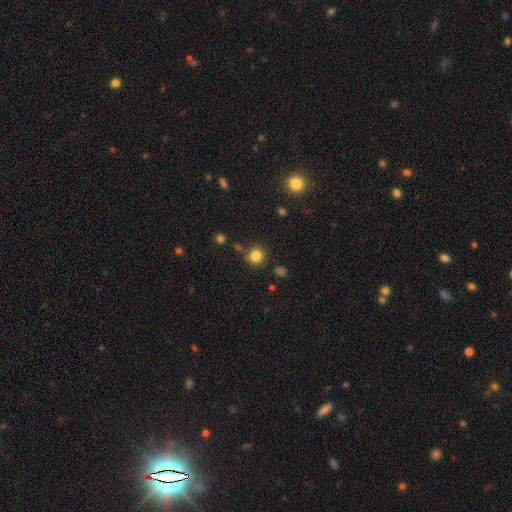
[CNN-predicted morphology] Smooth or featured?
  - smooth: 82% *
  - star or artifact: 12%
  - featured or disk: 6%
How rounded?
  - round: 91% *
  - in between: 8%
  - cigar-shaped: 1%
Merging?
  - none: 81% *
  - minor disturbance: 10%
  - merger: 5%
  - major disturbance: 3%